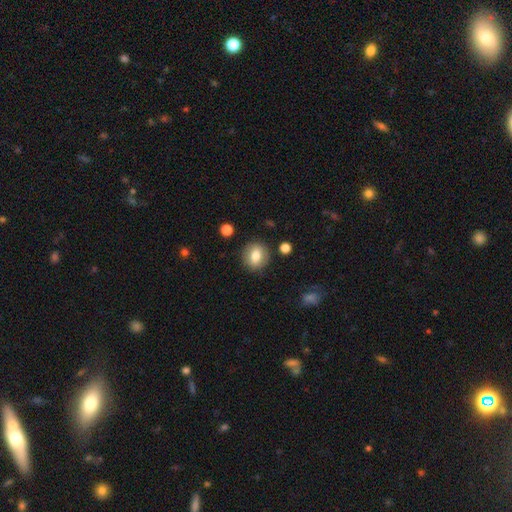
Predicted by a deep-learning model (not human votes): Q: Smooth or featured?
A: smooth (75%); runner-up: featured or disk (16%)
Q: How rounded?
A: round (77%); runner-up: in between (22%)
Q: Merging?
A: none (88%); runner-up: minor disturbance (8%)